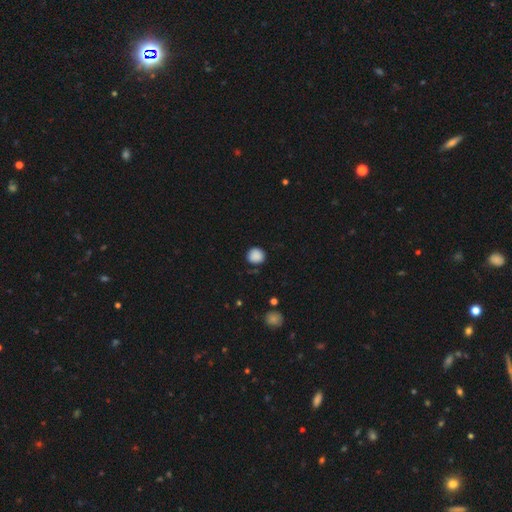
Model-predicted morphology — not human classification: Smooth or featured?
  - smooth: 87% *
  - star or artifact: 10%
  - featured or disk: 3%
How rounded?
  - round: 89% *
  - in between: 10%
  - cigar-shaped: 1%
Merging?
  - none: 84% *
  - minor disturbance: 12%
  - major disturbance: 3%
  - merger: 2%